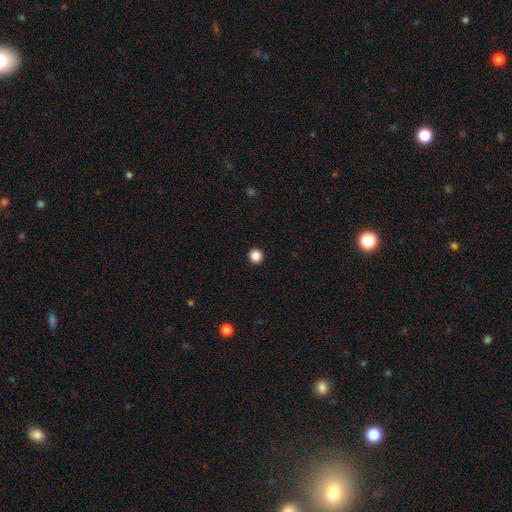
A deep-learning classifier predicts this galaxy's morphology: A smooth galaxy with no disk features (87%) that is round (95%).

Vote fractions:
- Smooth or featured? smooth: 87% / star or artifact: 11% / featured or disk: 2%
- How rounded? round: 95% / in between: 4% / cigar-shaped: 1%
- Merging? none: 94% / minor disturbance: 4% / major disturbance: 1% / merger: 1%